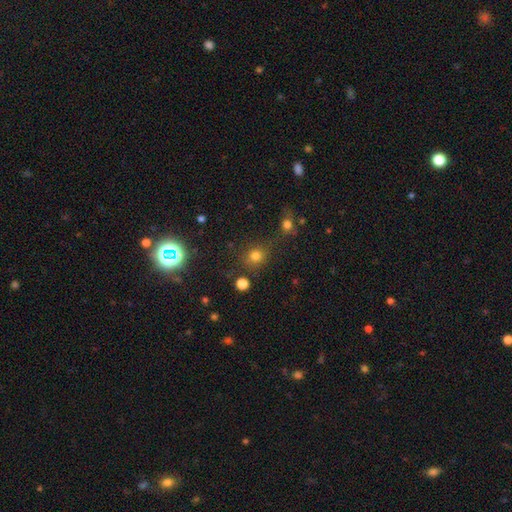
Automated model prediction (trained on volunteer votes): Smooth or featured? smooth (75%)
How rounded? round (85%)
Merging? none (67%)